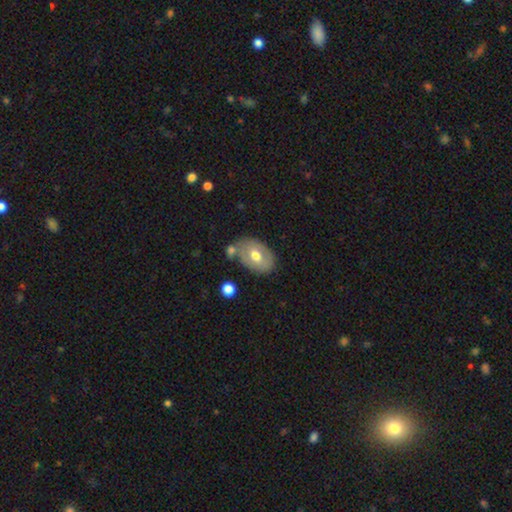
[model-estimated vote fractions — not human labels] smooth 54%, featured or disk 39%, star or artifact 7%. Down the decision tree: how rounded — in between (84%); merging — none (61%).